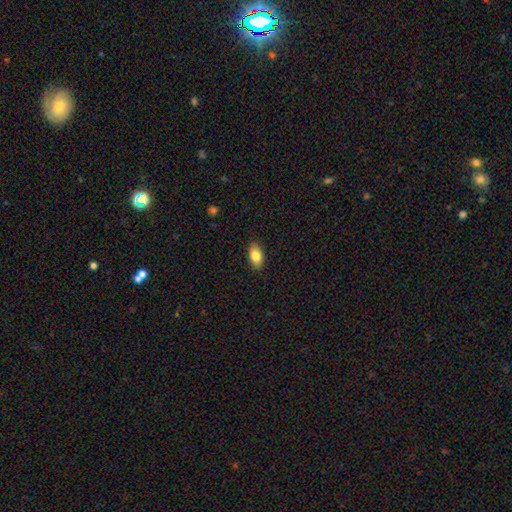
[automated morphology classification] Q: Smooth or featured?
A: smooth (84%); runner-up: featured or disk (9%)
Q: How rounded?
A: in between (91%); runner-up: round (6%)
Q: Merging?
A: none (88%); runner-up: minor disturbance (9%)